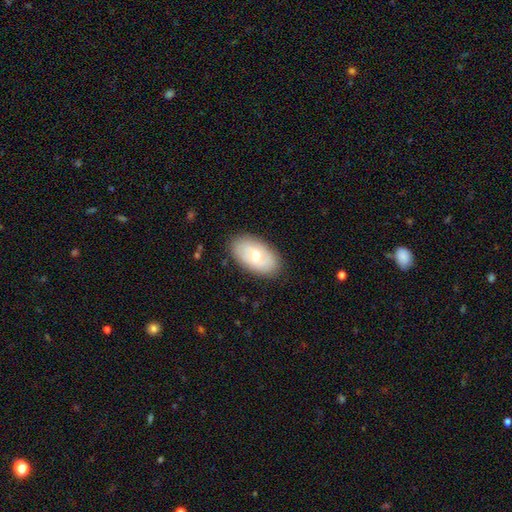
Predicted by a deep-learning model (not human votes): Morphology: type=smooth (50%); merging=none (85%).